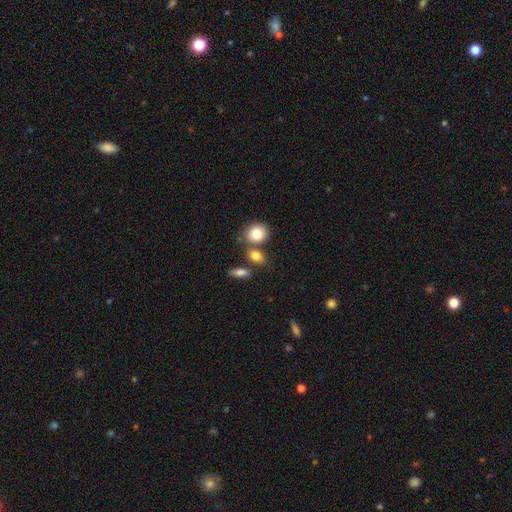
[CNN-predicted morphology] This appears to be a smooth galaxy with no disk features (83%) that is in between round and cigar-shaped (56%). Merging: none (56%).